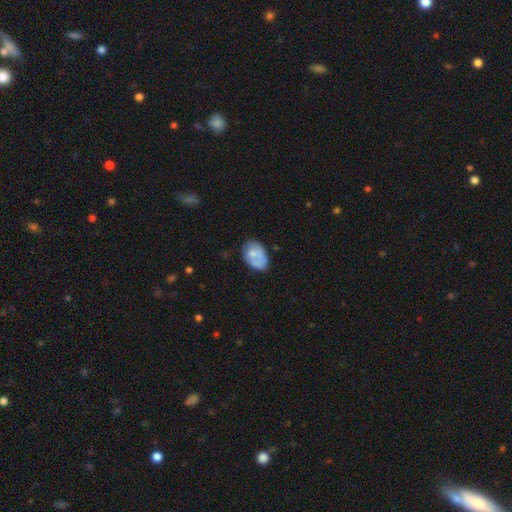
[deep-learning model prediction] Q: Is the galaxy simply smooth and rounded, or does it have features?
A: smooth — 64%.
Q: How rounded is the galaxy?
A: in between — 81%.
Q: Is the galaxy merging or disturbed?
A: none — 50%.